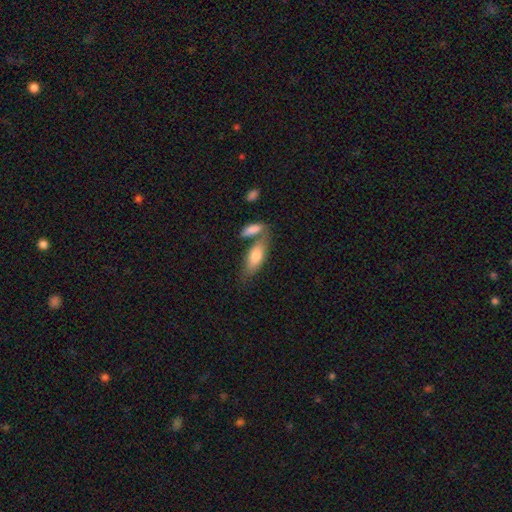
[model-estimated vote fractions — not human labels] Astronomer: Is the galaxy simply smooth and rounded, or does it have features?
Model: smooth — 75%.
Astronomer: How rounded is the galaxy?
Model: in between — 72%.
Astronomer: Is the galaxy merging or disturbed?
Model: none — 52% (runner-up: merger, 30%).